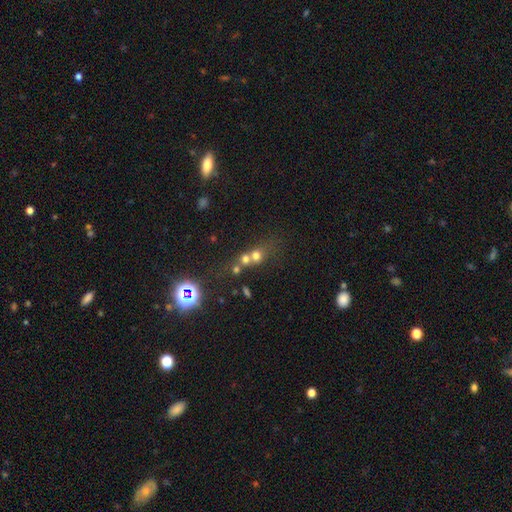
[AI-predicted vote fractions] Smooth or featured? Predicted: smooth (p=0.60). How rounded? Predicted: round (p=0.74). Merging? Predicted: merger (p=0.56).